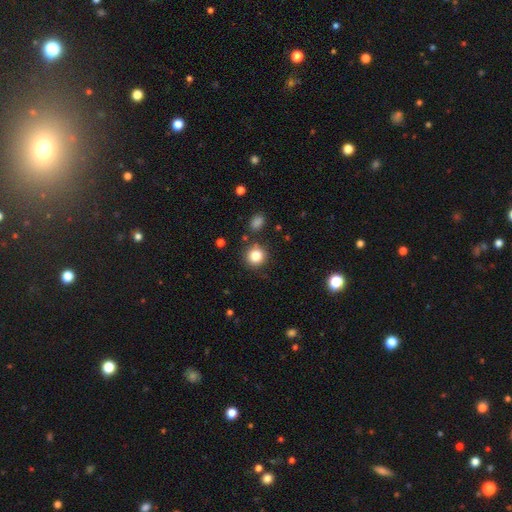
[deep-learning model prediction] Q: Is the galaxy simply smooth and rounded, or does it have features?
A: smooth — 82%.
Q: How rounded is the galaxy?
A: round — 91%.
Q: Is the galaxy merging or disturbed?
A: none — 85%.